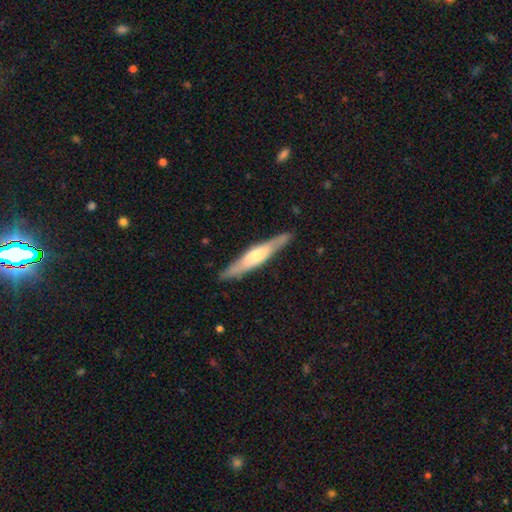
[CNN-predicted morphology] smooth_or_featured: featured or disk (p=0.57) [alt: smooth p=0.38]
disk_edge_on: yes (p=0.92) [alt: no p=0.08]
edge_on_bulge: rounded (p=0.70) [alt: boxy p=0.16]
merging: none (p=0.88) [alt: minor disturbance p=0.09]